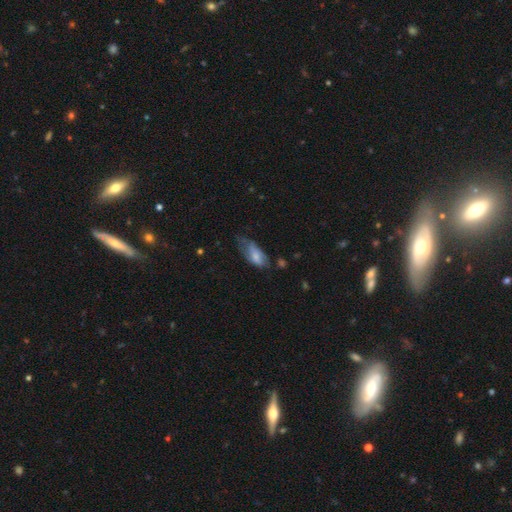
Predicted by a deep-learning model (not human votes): smooth-or-featured: smooth: 68% | featured or disk: 24% | star or artifact: 7%
  how-rounded: in between: 86% | cigar-shaped: 12% | round: 3%
  merging: minor disturbance: 39% | major disturbance: 29% | none: 28% | merger: 4%